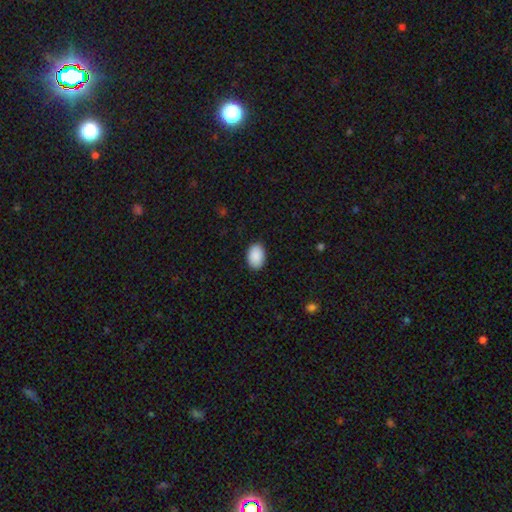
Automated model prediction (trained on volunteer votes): Smooth or featured: smooth — 91% (star or artifact — 6%)
How rounded: in between — 86% (round — 13%)
Merging: none — 88% (minor disturbance — 9%)